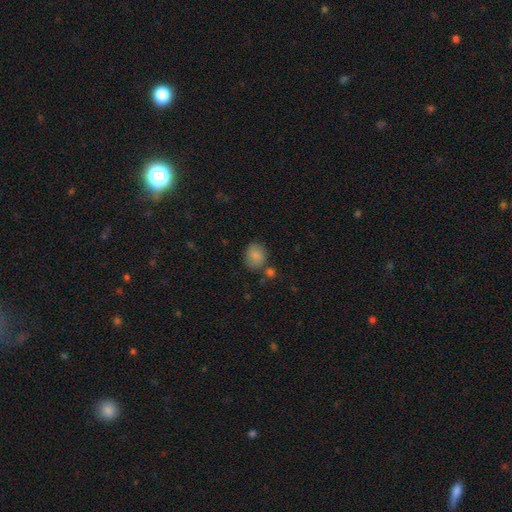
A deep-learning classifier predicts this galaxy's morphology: smooth_or_featured: smooth (p=0.85) [alt: star or artifact p=0.09]
how_rounded: round (p=0.58) [alt: in between p=0.41]
merging: none (p=0.70) [alt: minor disturbance p=0.16]